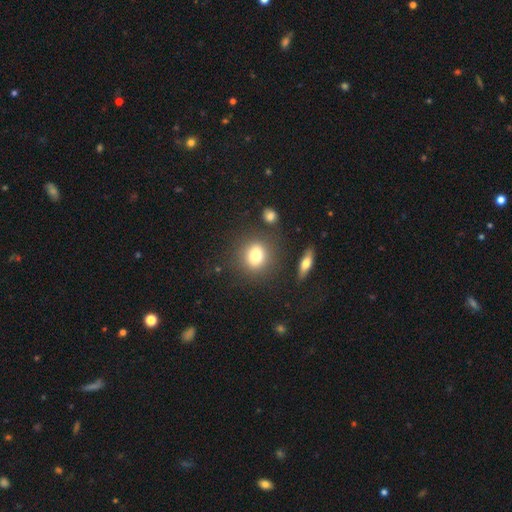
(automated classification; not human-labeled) smooth-or-featured: smooth: 79% | featured or disk: 11% | star or artifact: 10%
  how-rounded: round: 66% | in between: 32% | cigar-shaped: 2%
  merging: none: 81% | minor disturbance: 10% | merger: 5% | major disturbance: 4%